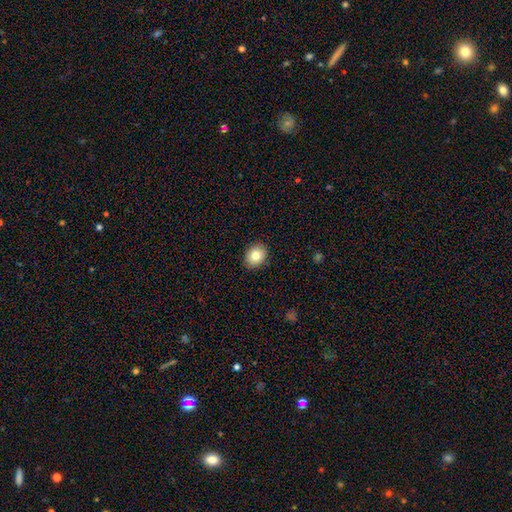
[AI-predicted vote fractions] This appears to be a smooth galaxy with no disk features (80%) that is in between round and cigar-shaped (51%). Merging: none (89%).